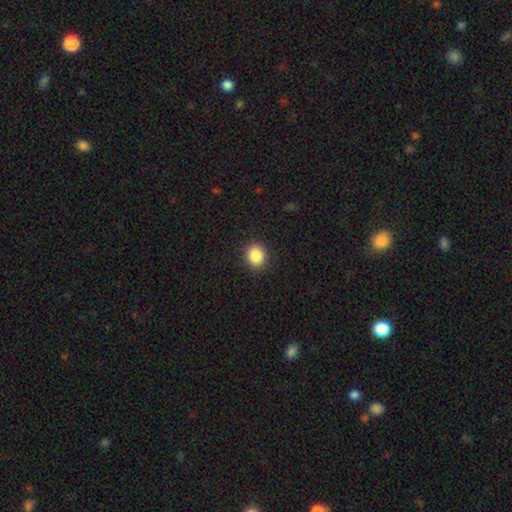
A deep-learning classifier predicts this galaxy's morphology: Overall: smooth (88%). How rounded: round (75%). Merging: none (91%).